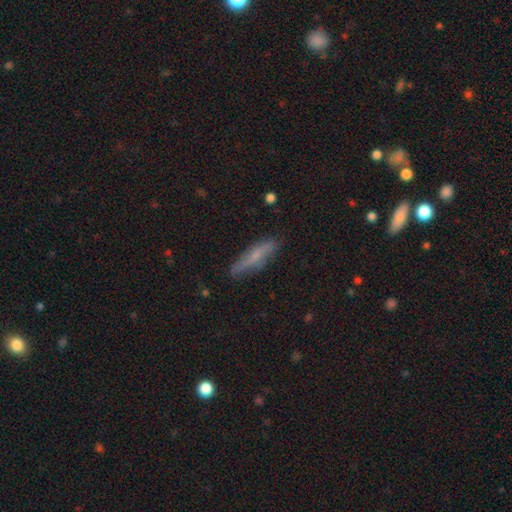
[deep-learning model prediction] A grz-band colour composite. It shows a smooth galaxy with no disk features (54%) that is cigar-shaped (79%). Merging: none (82%).